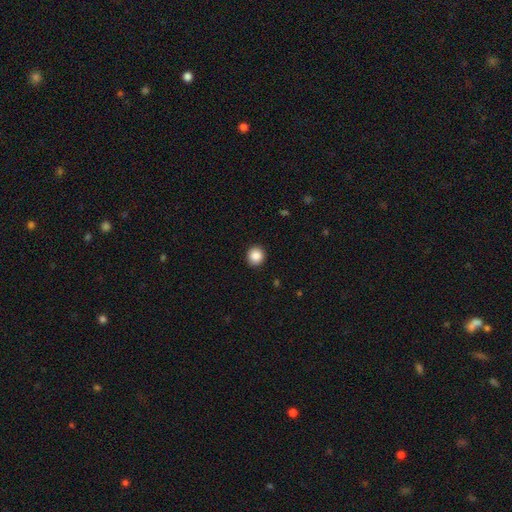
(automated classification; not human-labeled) Overall: smooth (88%). How rounded: round (91%). Merging: none (92%).